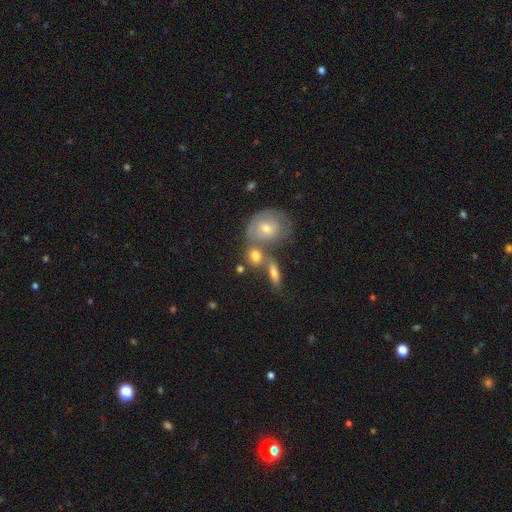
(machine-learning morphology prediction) Smooth or featured: smooth — 56% (featured or disk — 34%)
How rounded: round — 48% (in between — 45%)
Merging: merger — 41% (none — 39%)